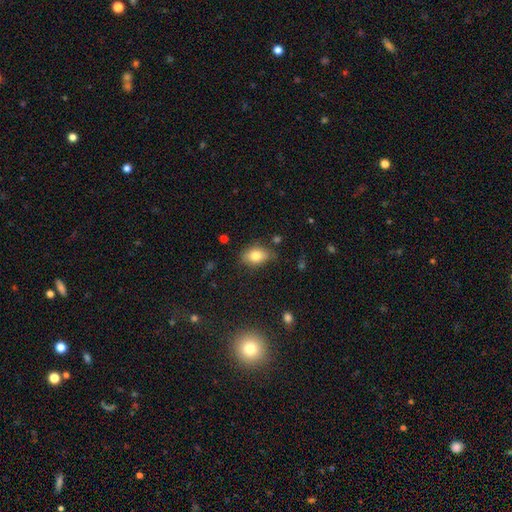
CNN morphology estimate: The model was most divided on "merging": none: 72%, minor disturbance: 21%, major disturbance: 4%, merger: 2%. More confident: how rounded — in between (84%); smooth or featured — smooth (79%).